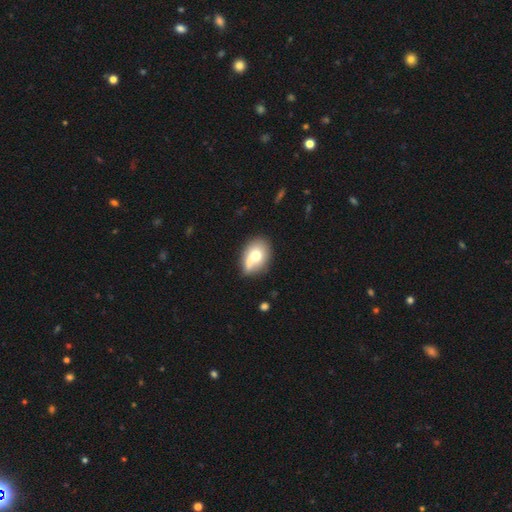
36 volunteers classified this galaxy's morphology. Volunteers were most divided on "merging": none: 36%, minor disturbance: 33%, merger: 22%, major disturbance: 8%. More confident: smooth or featured — smooth (81%); how rounded — in between (72%).